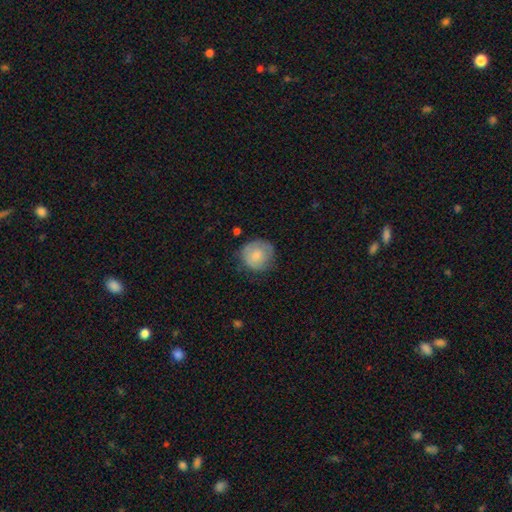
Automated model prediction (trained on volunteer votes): smooth-or-featured: smooth: 77% | featured or disk: 16% | star or artifact: 7%
  how-rounded: round: 88% | in between: 11% | cigar-shaped: 1%
  merging: none: 68% | minor disturbance: 24% | major disturbance: 7% | merger: 1%